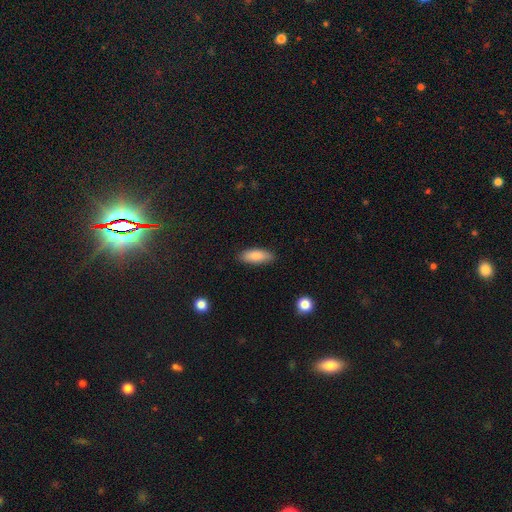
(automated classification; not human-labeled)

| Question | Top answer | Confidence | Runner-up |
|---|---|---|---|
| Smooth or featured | smooth | 85% | featured or disk (9%) |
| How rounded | in between | 74% | cigar-shaped (24%) |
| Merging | none | 86% | minor disturbance (10%) |